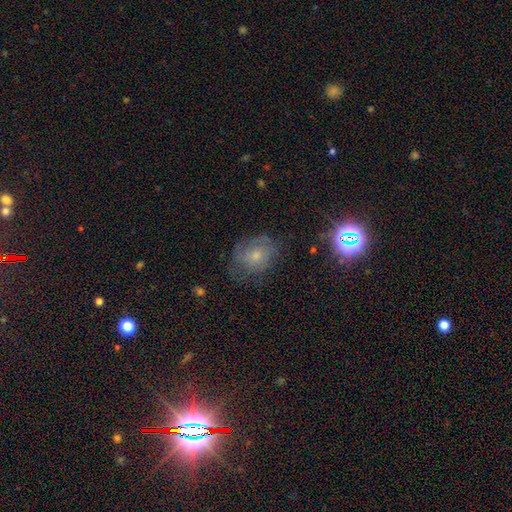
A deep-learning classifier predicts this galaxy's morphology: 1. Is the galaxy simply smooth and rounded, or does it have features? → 41% smooth, 40% featured or disk, 20% star or artifact.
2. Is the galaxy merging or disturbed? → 60% none, 24% minor disturbance, 14% major disturbance, 2% merger.